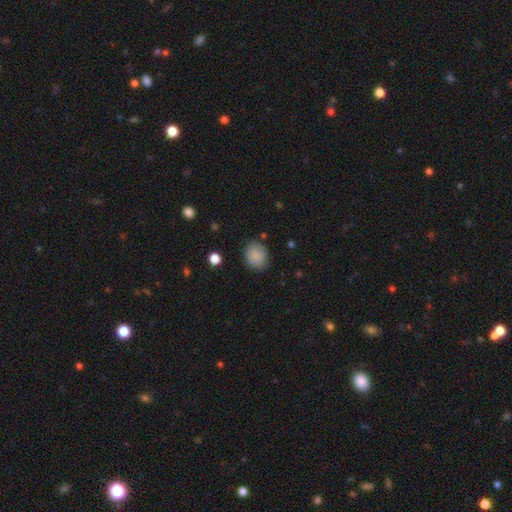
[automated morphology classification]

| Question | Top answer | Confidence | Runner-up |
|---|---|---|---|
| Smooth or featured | smooth | 86% | star or artifact (8%) |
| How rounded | round | 73% | in between (26%) |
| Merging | none | 80% | minor disturbance (14%) |